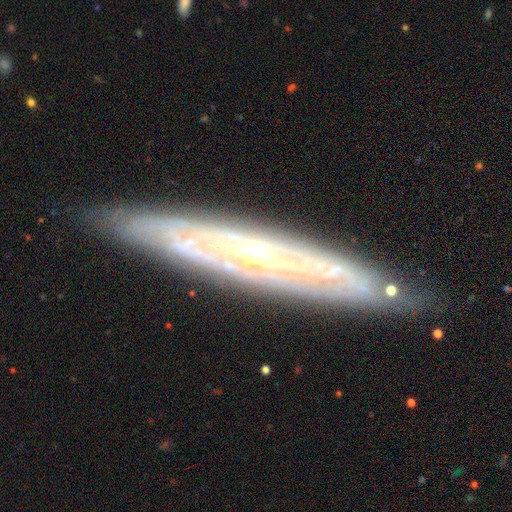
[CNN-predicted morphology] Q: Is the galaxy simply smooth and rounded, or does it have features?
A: featured or disk — 82%.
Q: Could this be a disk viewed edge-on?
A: yes — 53%.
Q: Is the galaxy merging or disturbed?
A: none — 85%.